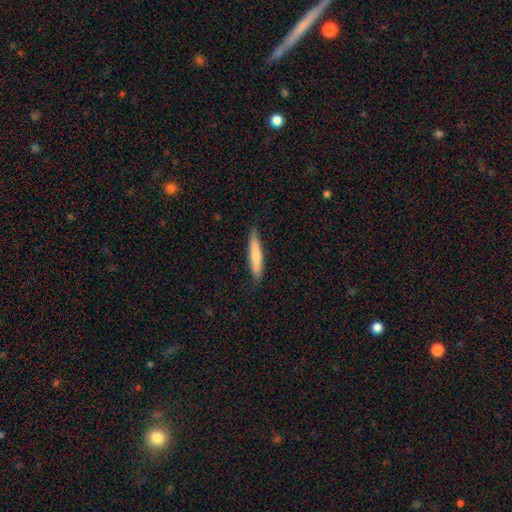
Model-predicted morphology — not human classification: smooth 70%, featured or disk 25%, star or artifact 6%. Down the decision tree: how rounded — cigar-shaped (89%); merging — none (83%).